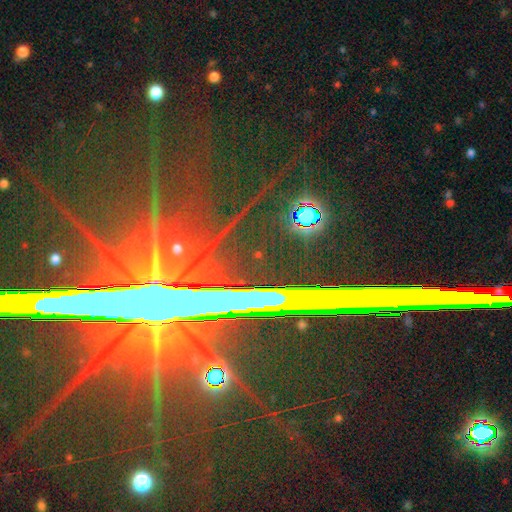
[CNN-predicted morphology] Smooth or featured?
  - star or artifact: 78% *
  - featured or disk: 13%
  - smooth: 8%